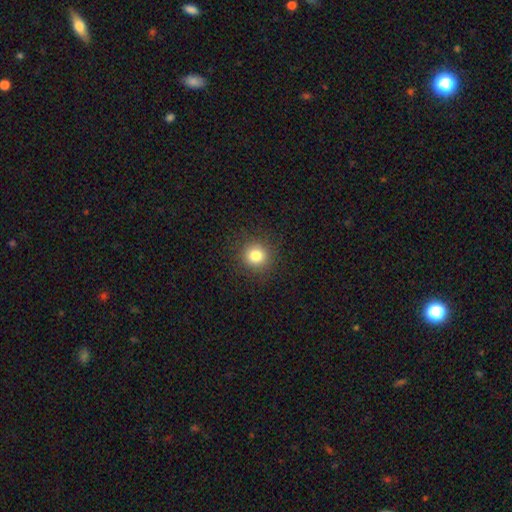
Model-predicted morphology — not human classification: smooth-or-featured: smooth: 81% | star or artifact: 13% | featured or disk: 6%
  how-rounded: round: 92% | in between: 7% | cigar-shaped: 1%
  merging: none: 90% | minor disturbance: 6% | major disturbance: 3% | merger: 1%